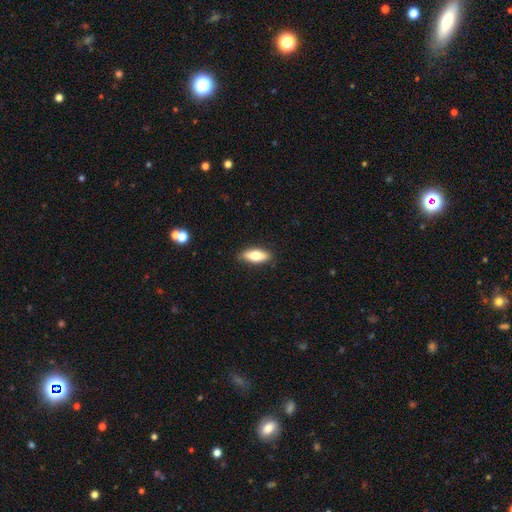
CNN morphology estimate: smooth 72%, featured or disk 21%, star or artifact 6%. Down the decision tree: how rounded — in between (72%); merging — none (87%).